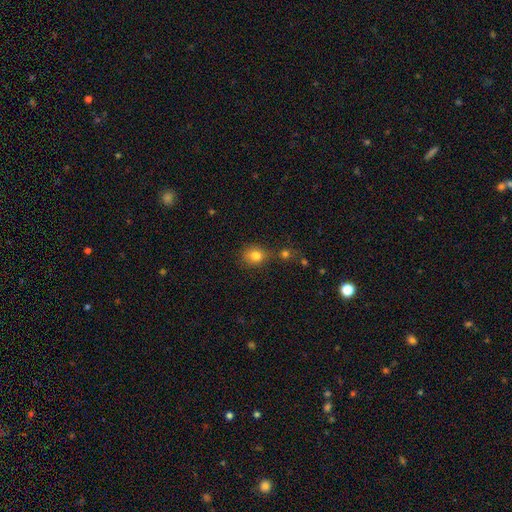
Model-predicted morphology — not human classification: This appears to be a smooth galaxy with no disk features (80%) that is round (69%). Merging: none (59%).